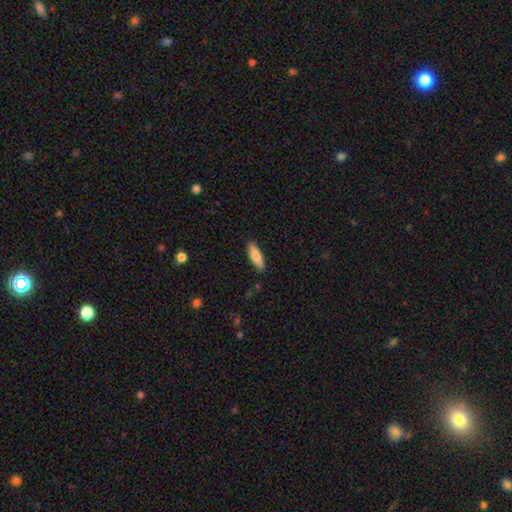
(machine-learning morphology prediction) This is likely a smooth galaxy (76%). How rounded: possibly in between (51%). Merging: clearly none (87%).